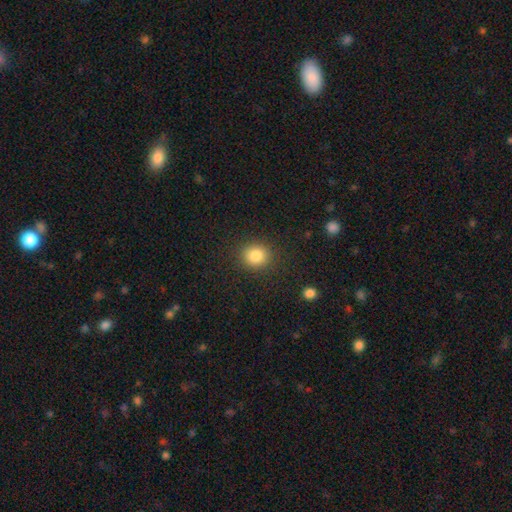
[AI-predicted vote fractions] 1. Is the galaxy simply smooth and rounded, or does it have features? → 84% smooth, 11% star or artifact, 5% featured or disk.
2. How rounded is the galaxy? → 83% round, 16% in between, 1% cigar-shaped.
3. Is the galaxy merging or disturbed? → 89% none, 7% minor disturbance, 3% major disturbance, 1% merger.